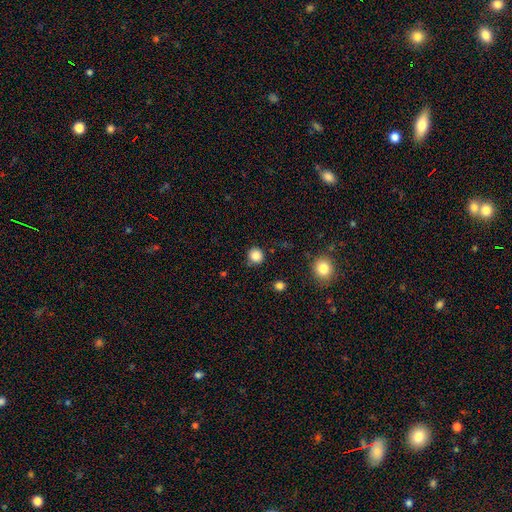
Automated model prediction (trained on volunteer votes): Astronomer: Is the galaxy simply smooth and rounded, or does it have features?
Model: smooth — 85%.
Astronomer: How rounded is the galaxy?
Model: round — 92%.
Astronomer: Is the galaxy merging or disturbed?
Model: none — 88%.